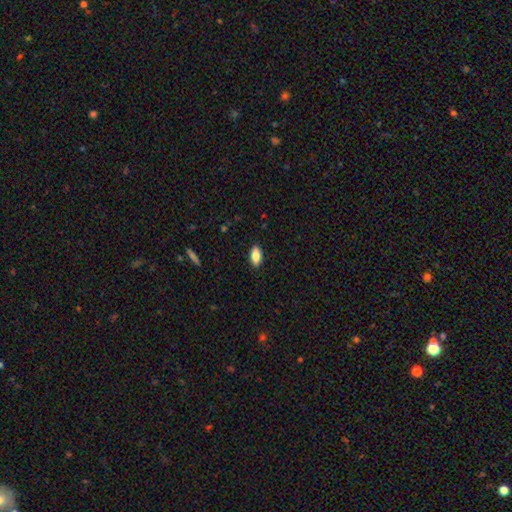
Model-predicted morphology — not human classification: A smooth galaxy with no disk features (81%) that is in between round and cigar-shaped (87%).

Vote fractions:
- Smooth or featured? smooth: 81% / featured or disk: 12% / star or artifact: 7%
- How rounded? in between: 87% / cigar-shaped: 10% / round: 3%
- Merging? none: 88% / minor disturbance: 9% / major disturbance: 2% / merger: 1%